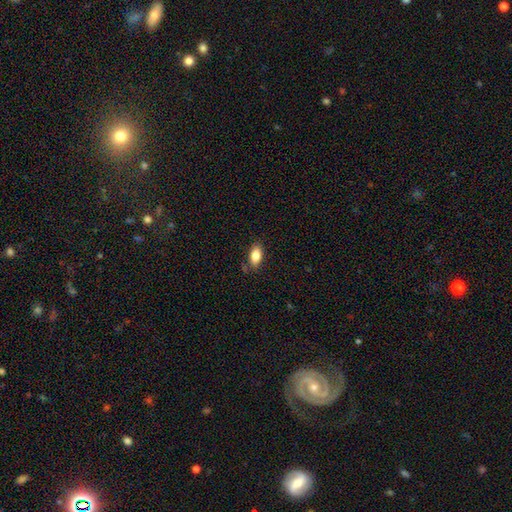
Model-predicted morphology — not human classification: Smooth or featured? Predicted: smooth (p=0.83). How rounded? Predicted: in between (p=0.90). Merging? Predicted: none (p=0.80).